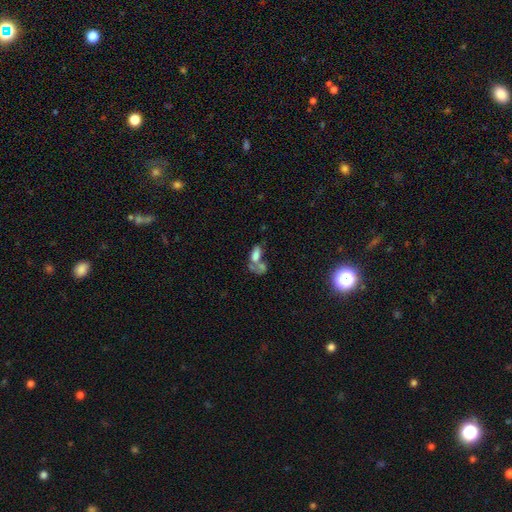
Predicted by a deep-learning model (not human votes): This appears to be a smooth galaxy with no disk features (62%) that is in between round and cigar-shaped (87%). Merging: merger (59%).